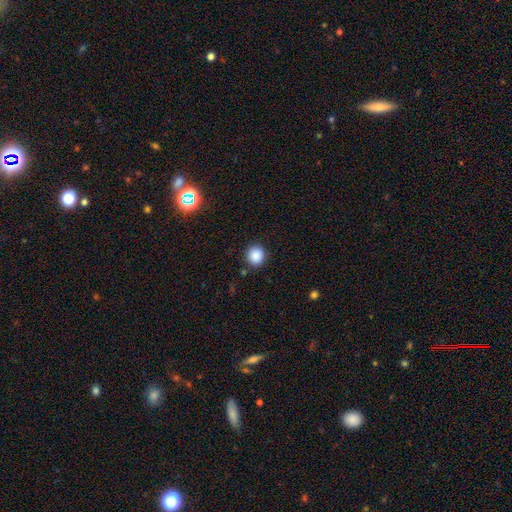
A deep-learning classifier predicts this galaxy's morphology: Smooth or featured? Predicted: smooth (p=0.88). How rounded? Predicted: round (p=0.91). Merging? Predicted: none (p=0.89).